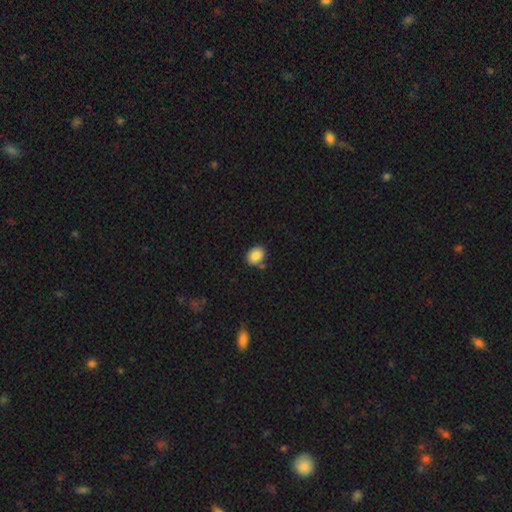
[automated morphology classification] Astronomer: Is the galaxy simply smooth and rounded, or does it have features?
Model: smooth — 86%.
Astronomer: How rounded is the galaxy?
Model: in between — 59% (runner-up: round, 40%).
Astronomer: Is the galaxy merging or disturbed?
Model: none — 75%.